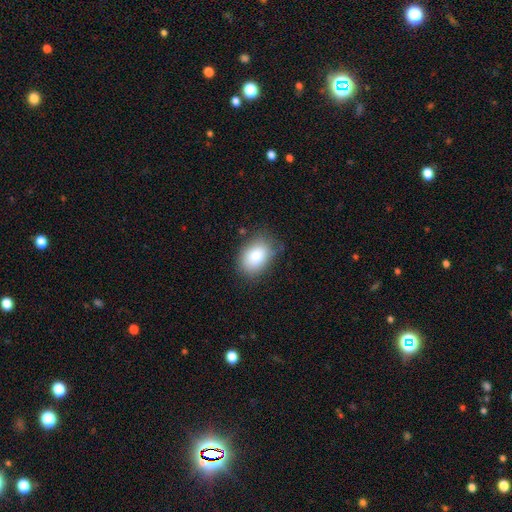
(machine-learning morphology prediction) Q: Smooth or featured?
A: smooth (83%); runner-up: featured or disk (9%)
Q: How rounded?
A: in between (78%); runner-up: round (21%)
Q: Merging?
A: none (74%); runner-up: minor disturbance (20%)